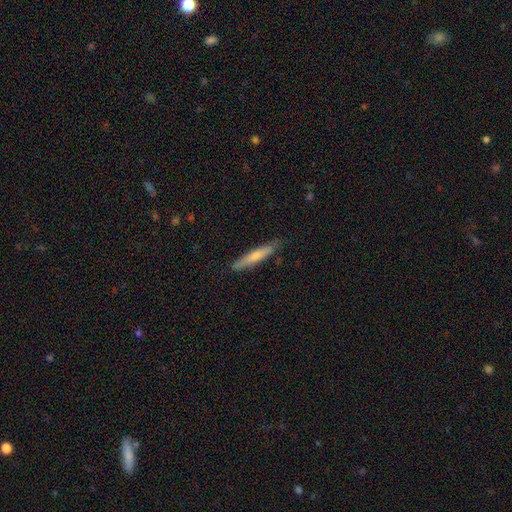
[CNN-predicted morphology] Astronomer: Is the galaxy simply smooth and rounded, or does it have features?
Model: smooth — 64%.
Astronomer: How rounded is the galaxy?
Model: cigar-shaped — 92%.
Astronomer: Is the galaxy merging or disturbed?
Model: none — 84%.